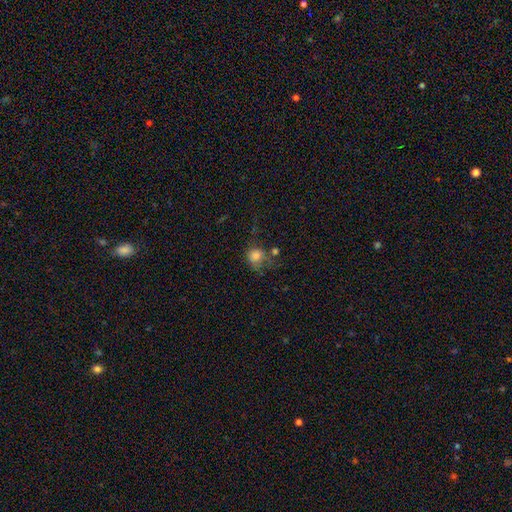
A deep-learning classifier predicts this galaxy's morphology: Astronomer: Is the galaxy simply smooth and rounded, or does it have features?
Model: smooth — 77%.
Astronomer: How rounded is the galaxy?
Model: round — 76%.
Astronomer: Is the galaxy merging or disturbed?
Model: none — 43% (runner-up: minor disturbance, 23%).